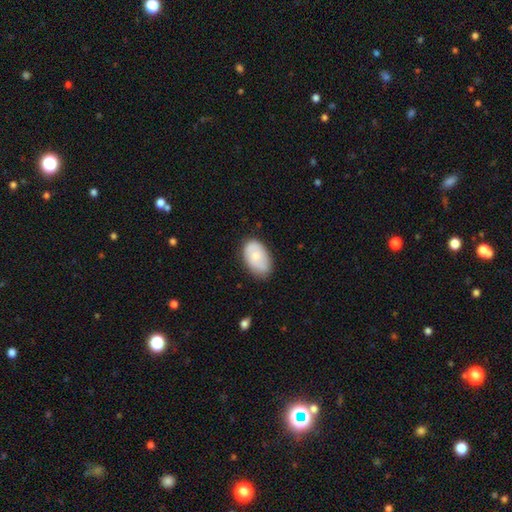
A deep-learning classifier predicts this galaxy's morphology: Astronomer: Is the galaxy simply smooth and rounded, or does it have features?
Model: smooth — 71%.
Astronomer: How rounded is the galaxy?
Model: in between — 91%.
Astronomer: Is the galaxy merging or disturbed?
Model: none — 73%.